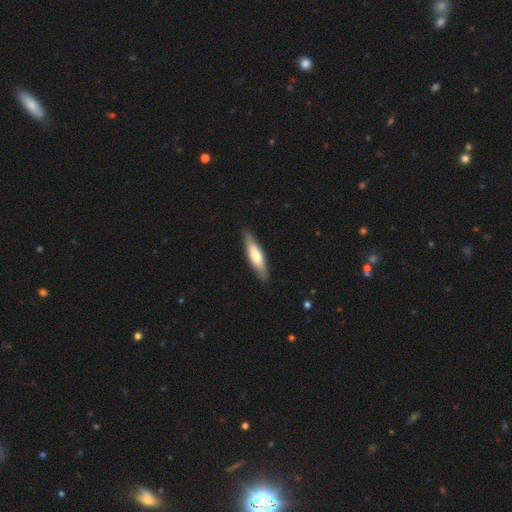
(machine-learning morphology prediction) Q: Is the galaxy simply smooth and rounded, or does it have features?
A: smooth — 58%.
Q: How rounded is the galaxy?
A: cigar-shaped — 70%.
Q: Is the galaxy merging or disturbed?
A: none — 87%.